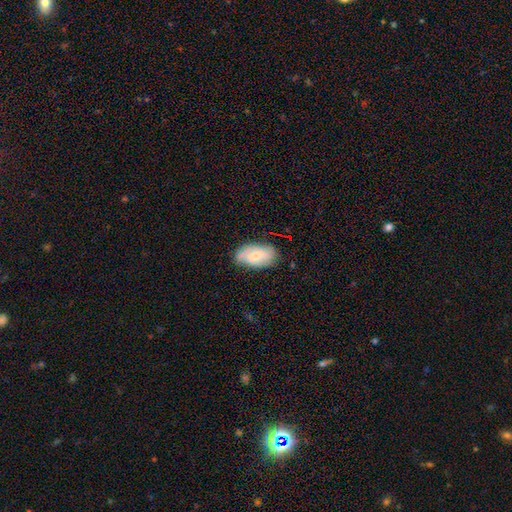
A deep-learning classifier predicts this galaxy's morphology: This appears to be a smooth galaxy with no disk features (53%) that is in between round and cigar-shaped (93%). Merging: none (68%).